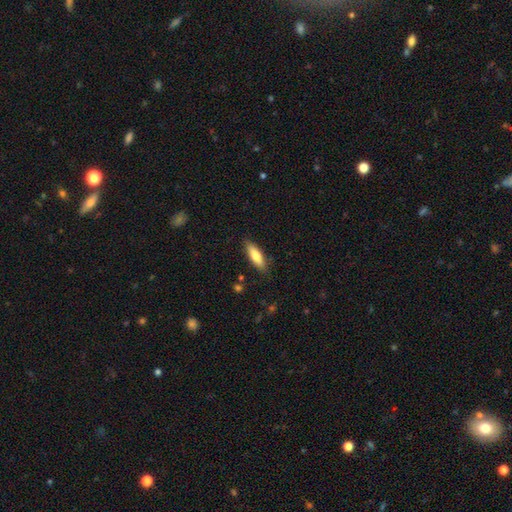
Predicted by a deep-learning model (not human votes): This is likely a smooth galaxy (74%). How rounded: possibly cigar-shaped (53%). Merging: clearly none (86%).